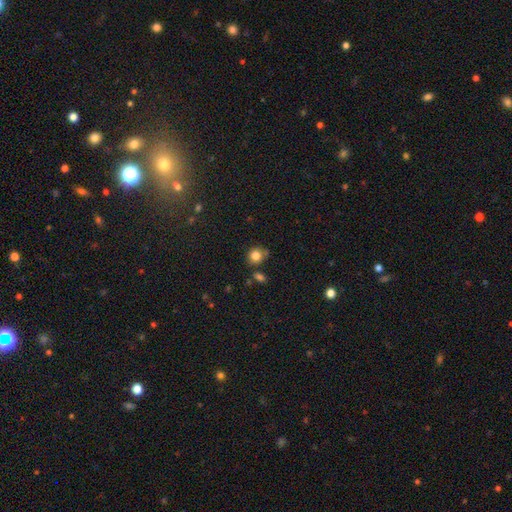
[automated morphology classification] Smooth or featured? smooth (82%)
How rounded? round (81%)
Merging? none (72%)